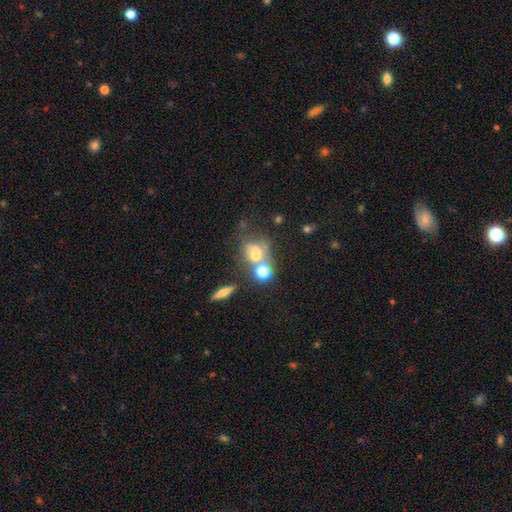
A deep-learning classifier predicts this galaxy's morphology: A smooth galaxy with no disk features (61%) that is round (59%). Merging: merger (43%).